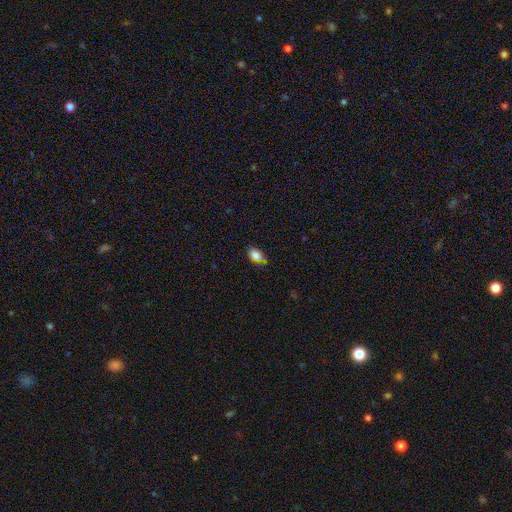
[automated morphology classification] Smooth or featured? Predicted: smooth (p=0.81). How rounded? Predicted: in between (p=0.90). Merging? Predicted: none (p=0.58).